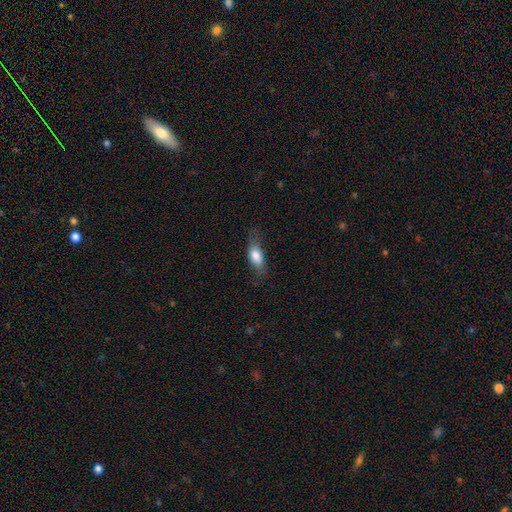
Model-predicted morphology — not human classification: smooth-or-featured: smooth: 76% | featured or disk: 17% | star or artifact: 7%
  how-rounded: in between: 75% | cigar-shaped: 21% | round: 5%
  merging: none: 62% | minor disturbance: 26% | major disturbance: 11% | merger: 1%